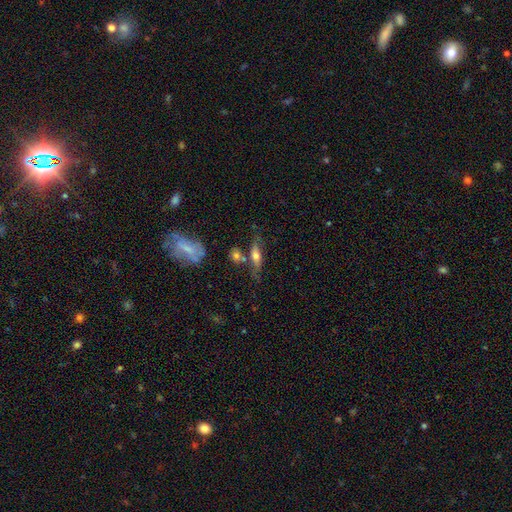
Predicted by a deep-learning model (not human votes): A smooth galaxy with no disk features (46%, tied with featured or disk).

Vote fractions:
- Smooth or featured? smooth: 46% (tied) / featured or disk: 46% (tied) / star or artifact: 8%
- Merging? none: 59% / minor disturbance: 19% / merger: 14% / major disturbance: 8%